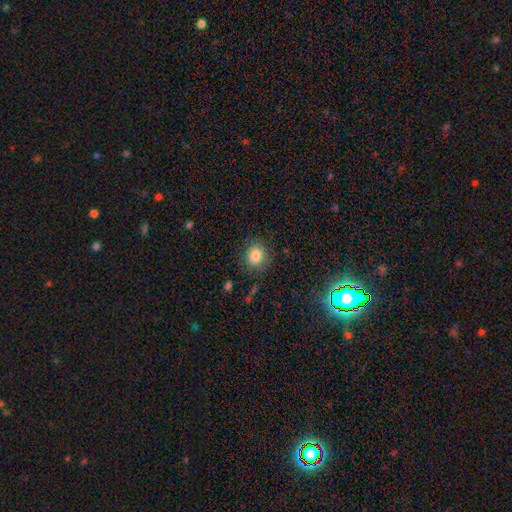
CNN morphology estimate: The model was most divided on "how rounded": round: 79%, in between: 20%, cigar-shaped: 1%. More confident: merging — none (83%); smooth or featured — smooth (83%).